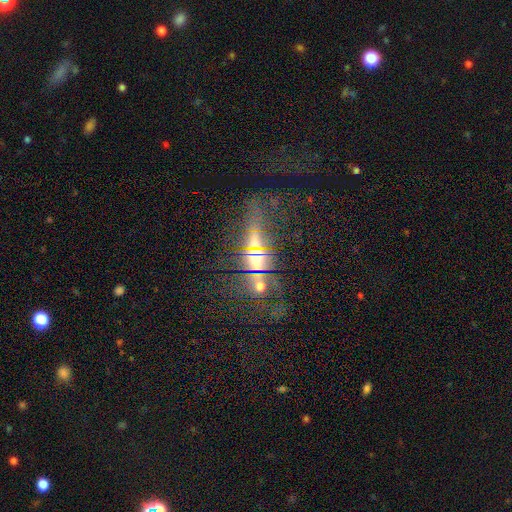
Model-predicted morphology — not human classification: Q: Smooth or featured?
A: star or artifact (63%); runner-up: featured or disk (19%)